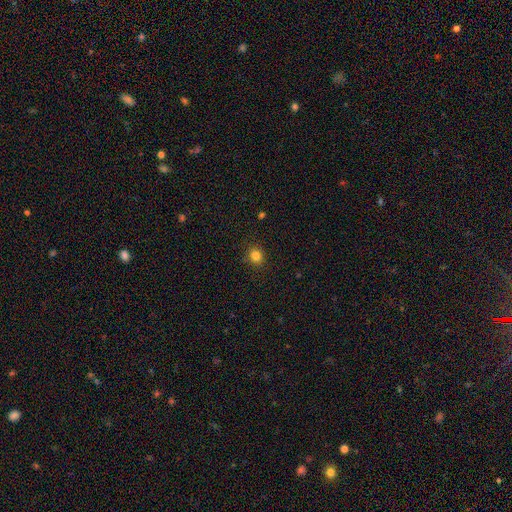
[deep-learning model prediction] A smooth galaxy with no disk features (83%) that is round (81%).

Vote fractions:
- Smooth or featured? smooth: 83% / star or artifact: 13% / featured or disk: 5%
- How rounded? round: 81% / in between: 18% / cigar-shaped: 1%
- Merging? none: 89% / minor disturbance: 7% / major disturbance: 2% / merger: 1%